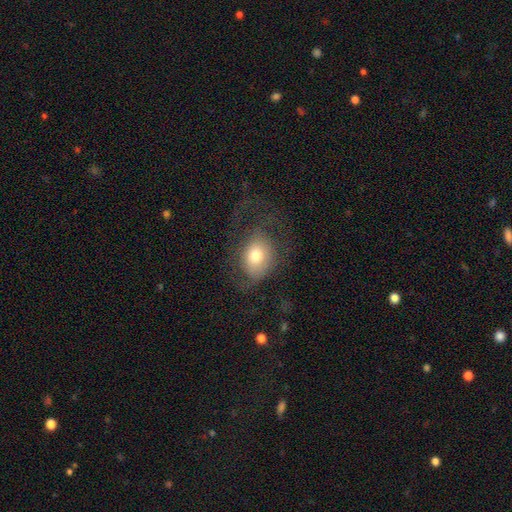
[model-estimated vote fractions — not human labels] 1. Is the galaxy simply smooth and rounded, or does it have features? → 63% smooth, 28% featured or disk, 8% star or artifact.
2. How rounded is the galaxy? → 68% in between, 31% round, 1% cigar-shaped.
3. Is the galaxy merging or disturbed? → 46% none, 32% major disturbance, 20% minor disturbance, 2% merger.